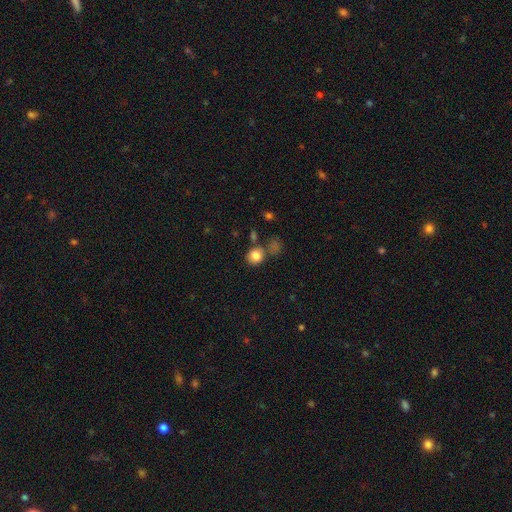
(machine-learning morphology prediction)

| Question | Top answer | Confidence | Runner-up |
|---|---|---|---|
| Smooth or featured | smooth | 82% | star or artifact (11%) |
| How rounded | round | 76% | in between (23%) |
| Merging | none | 63% | merger (17%) |